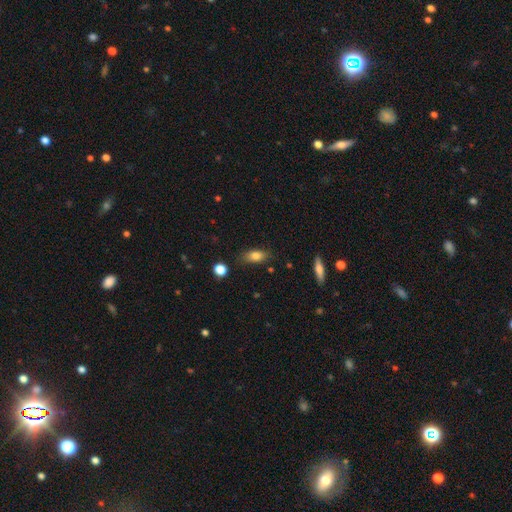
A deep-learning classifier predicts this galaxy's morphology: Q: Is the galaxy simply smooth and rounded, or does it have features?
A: smooth — 81%.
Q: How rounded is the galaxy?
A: in between — 81%.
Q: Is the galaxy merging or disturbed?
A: none — 78%.